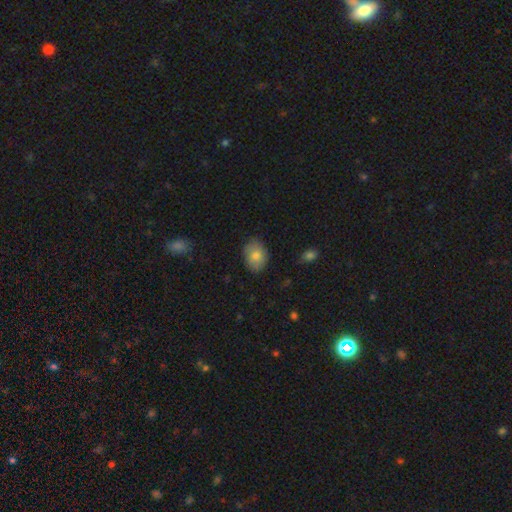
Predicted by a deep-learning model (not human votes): This is clearly a smooth galaxy (81%). How rounded: likely in between (73%). Merging: clearly none (80%).